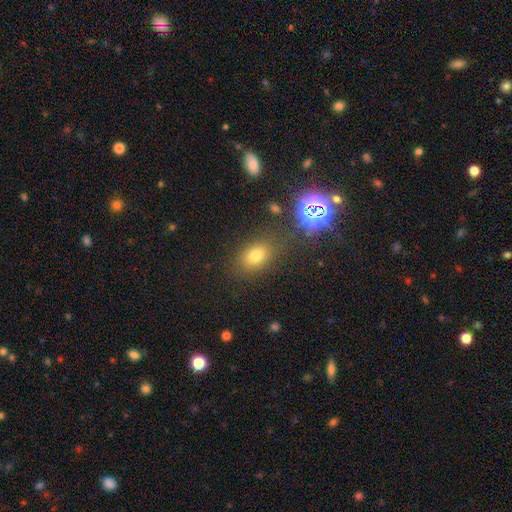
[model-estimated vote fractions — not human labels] smooth 68%, star or artifact 21%, featured or disk 10%. Down the decision tree: how rounded — in between (71%); merging — none (79%).